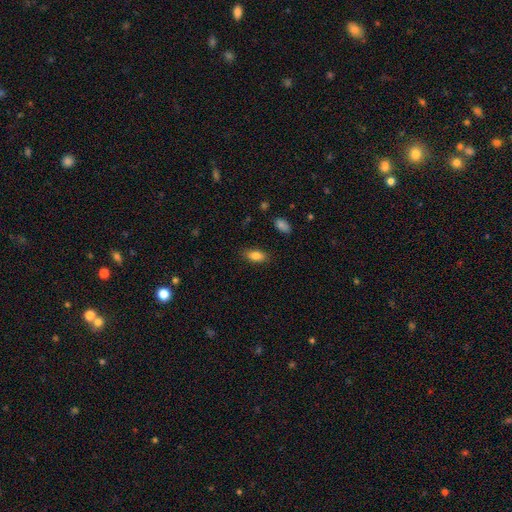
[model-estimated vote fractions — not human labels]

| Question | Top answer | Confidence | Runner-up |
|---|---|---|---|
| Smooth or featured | smooth | 83% | featured or disk (9%) |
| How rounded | in between | 87% | cigar-shaped (9%) |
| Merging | none | 84% | minor disturbance (11%) |